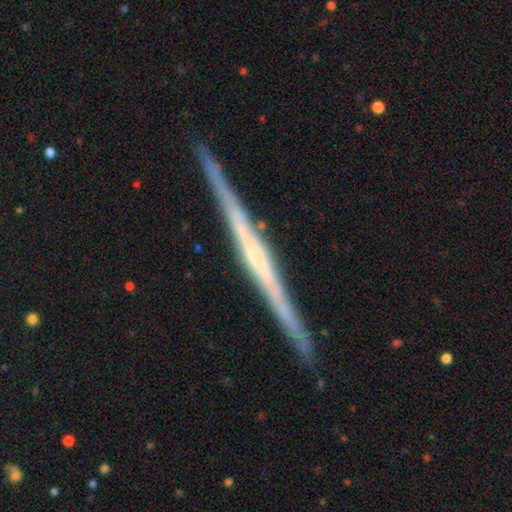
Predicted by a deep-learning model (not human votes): A featured or disk galaxy (79%) viewed edge-on (98%) with no central bulge (60%).

Vote fractions:
- Smooth or featured? featured or disk: 79% / smooth: 15% / star or artifact: 6%
- Edge-on disk? yes: 98% / no: 2%
- Edge-on bulge? none: 60% / rounded: 24% / boxy: 15%
- Merging? none: 91% / minor disturbance: 7% / major disturbance: 1% / merger: 1%